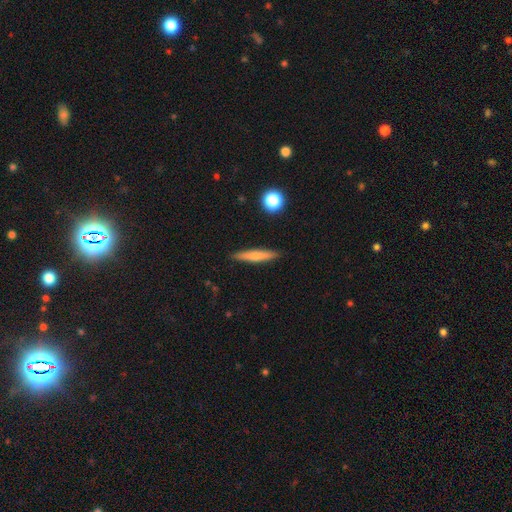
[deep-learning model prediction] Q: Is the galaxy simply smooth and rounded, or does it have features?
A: smooth — 66%.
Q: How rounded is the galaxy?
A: cigar-shaped — 91%.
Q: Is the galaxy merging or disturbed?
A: none — 90%.